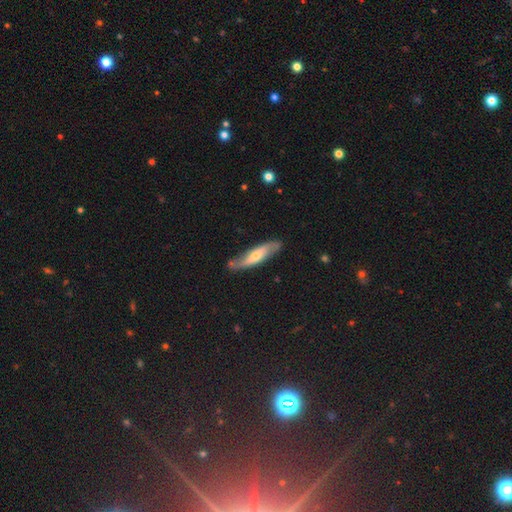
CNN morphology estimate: smooth-or-featured: featured or disk: 53% | smooth: 42% | star or artifact: 5%
  disk-edge-on: no: 53% | yes: 47%
  merging: none: 76% | minor disturbance: 18% | major disturbance: 4% | merger: 3%